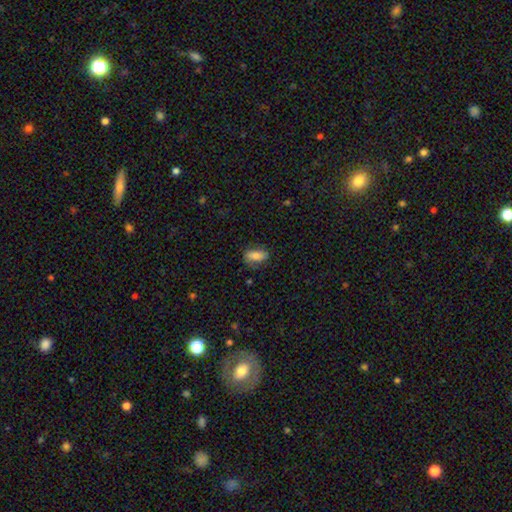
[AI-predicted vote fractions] This is likely a smooth galaxy (78%). How rounded: clearly in between (85%). Merging: likely none (73%).